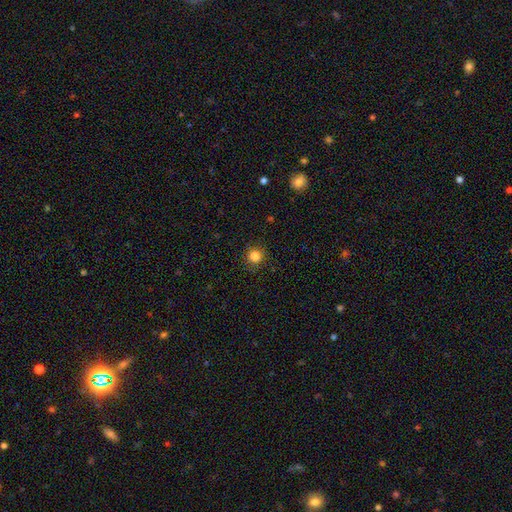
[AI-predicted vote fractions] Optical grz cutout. It shows a smooth galaxy with no disk features (84%) that is round (92%). Merging: none (88%).